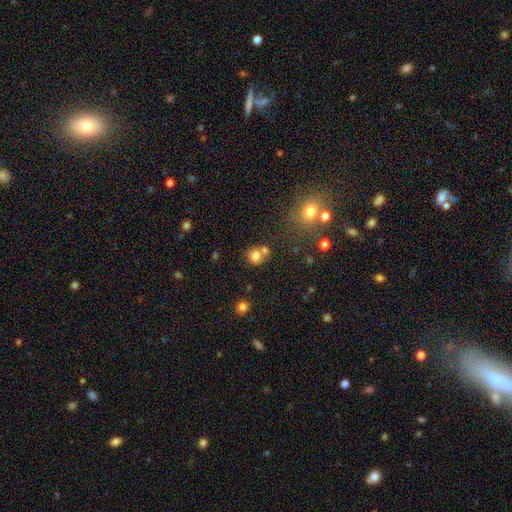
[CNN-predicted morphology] type=smooth (78%); roundness=round (81%); merging=none (51%).